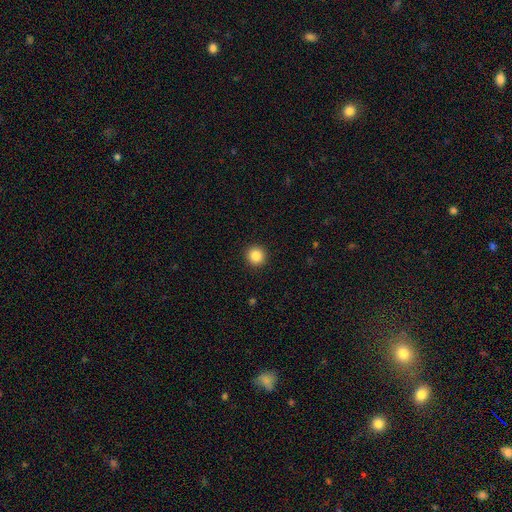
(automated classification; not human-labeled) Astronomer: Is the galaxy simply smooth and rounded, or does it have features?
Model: smooth — 86%.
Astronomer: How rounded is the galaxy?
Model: round — 94%.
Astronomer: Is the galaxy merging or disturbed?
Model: none — 93%.